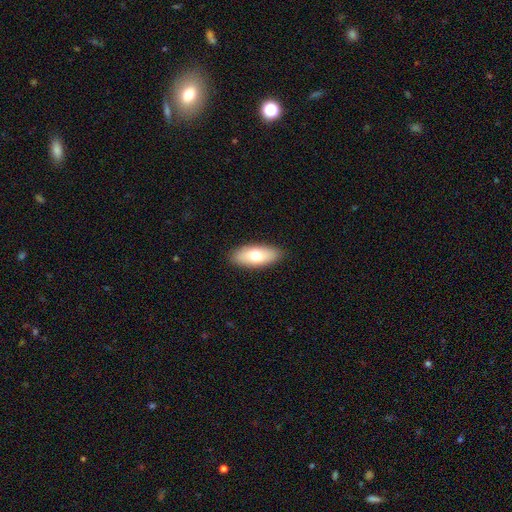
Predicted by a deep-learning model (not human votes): Smooth or featured: smooth — 72% (featured or disk — 22%)
How rounded: in between — 83% (cigar-shaped — 14%)
Merging: none — 88% (minor disturbance — 9%)